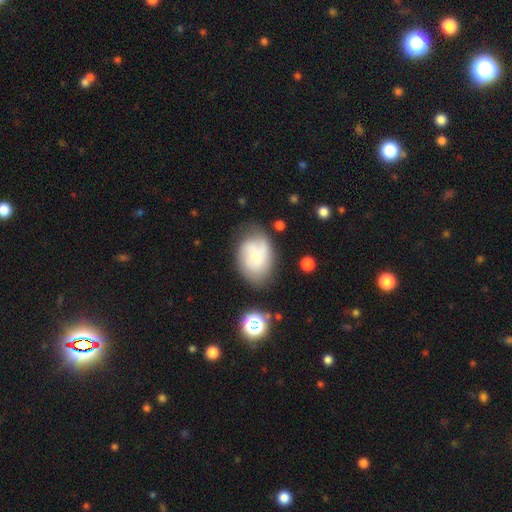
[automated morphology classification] This appears to be a smooth galaxy with no disk features (49%). Merging: none (59%).